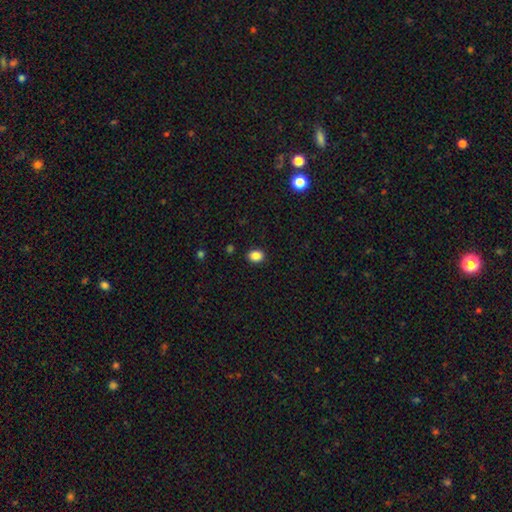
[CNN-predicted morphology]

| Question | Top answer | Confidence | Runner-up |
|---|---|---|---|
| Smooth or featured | smooth | 86% | star or artifact (10%) |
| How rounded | in between | 53% | round (47%) |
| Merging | none | 90% | minor disturbance (7%) |